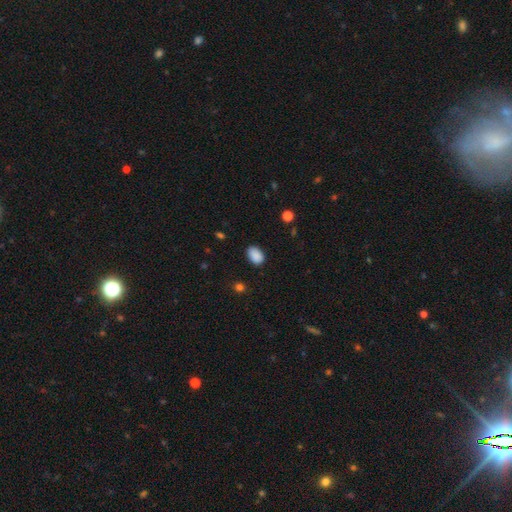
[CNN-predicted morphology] smooth-or-featured: smooth: 89% | star or artifact: 8% | featured or disk: 3%
  how-rounded: in between: 85% | round: 14% | cigar-shaped: 1%
  merging: none: 83% | minor disturbance: 13% | major disturbance: 3% | merger: 1%